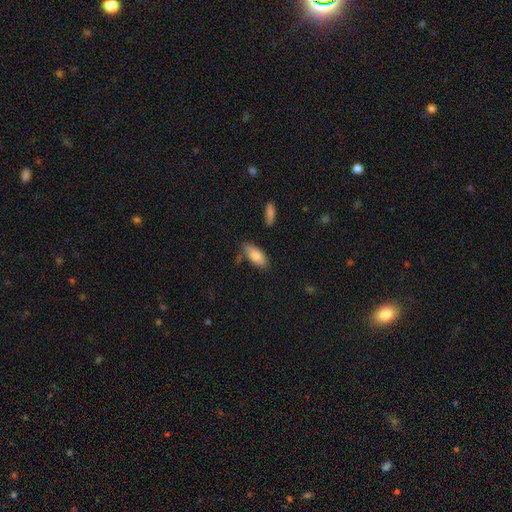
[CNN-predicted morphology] Overall: smooth (81%). How rounded: in between (85%). Merging: none (73%).